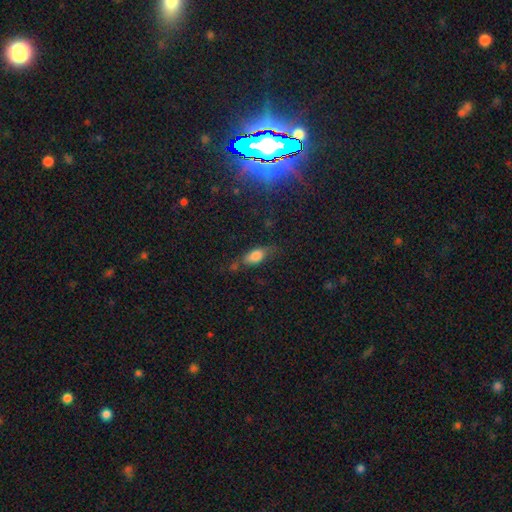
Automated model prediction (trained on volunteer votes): A smooth galaxy with no disk features (74%) that is in between round and cigar-shaped (81%).

Vote fractions:
- Smooth or featured? smooth: 74% / featured or disk: 16% / star or artifact: 10%
- How rounded? in between: 81% / cigar-shaped: 14% / round: 5%
- Merging? none: 55% / minor disturbance: 27% / major disturbance: 12% / merger: 6%